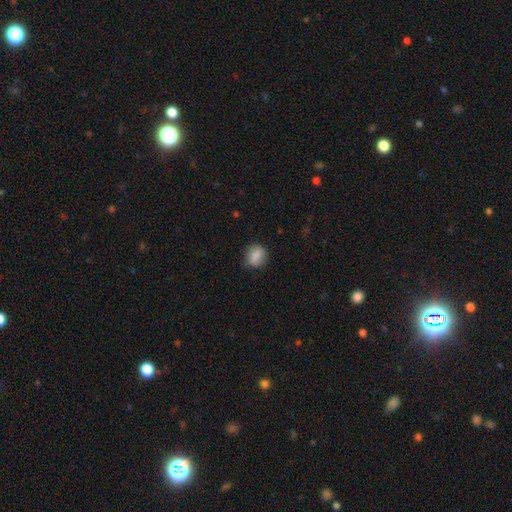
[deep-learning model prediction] Morphology: type=smooth (82%); roundness=round (57%); merging=none (79%).